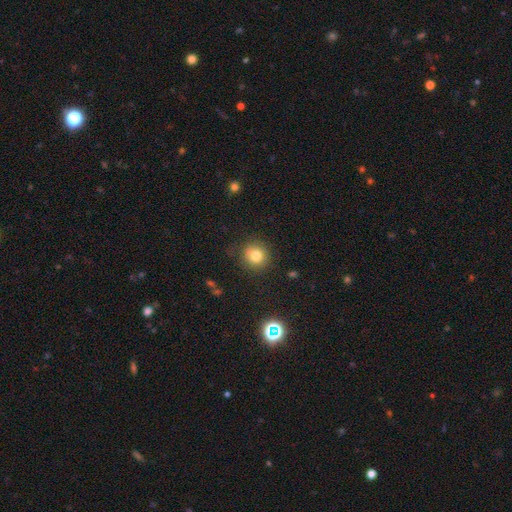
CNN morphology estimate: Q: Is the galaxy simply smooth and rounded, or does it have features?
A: smooth — 79%.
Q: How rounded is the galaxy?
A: round — 89%.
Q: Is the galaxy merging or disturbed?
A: none — 85%.